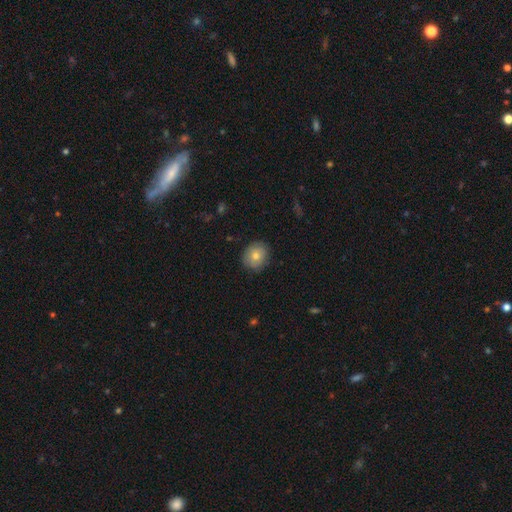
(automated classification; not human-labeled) Overall: smooth (75%). How rounded: round (76%). Merging: none (86%).